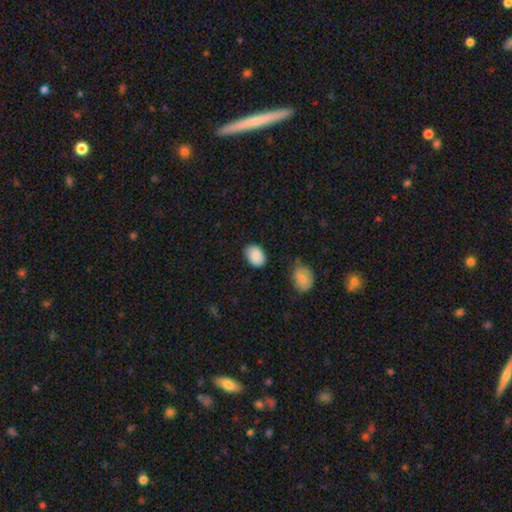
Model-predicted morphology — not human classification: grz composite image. It shows a smooth galaxy with no disk features (88%) that is in between round and cigar-shaped (79%). Merging: none (77%).